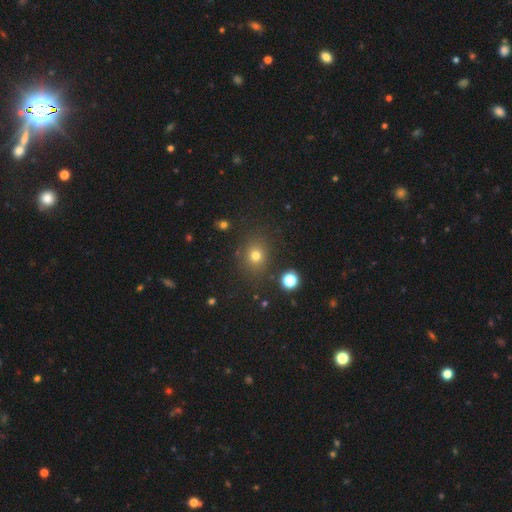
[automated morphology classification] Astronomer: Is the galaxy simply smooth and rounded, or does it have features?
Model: smooth — 73%.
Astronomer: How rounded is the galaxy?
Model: round — 74%.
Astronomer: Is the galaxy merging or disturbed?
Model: none — 83%.